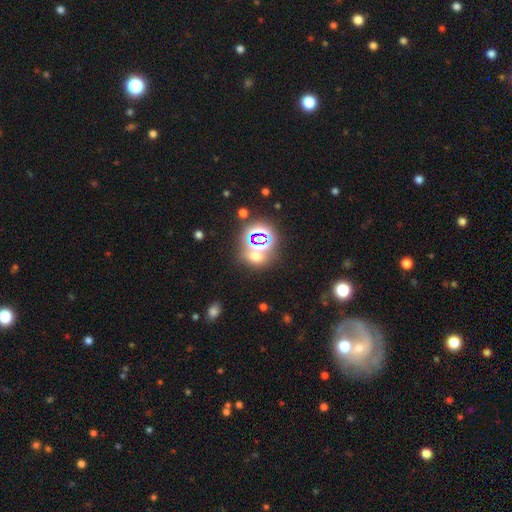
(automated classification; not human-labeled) Smooth or featured? star or artifact (50%)